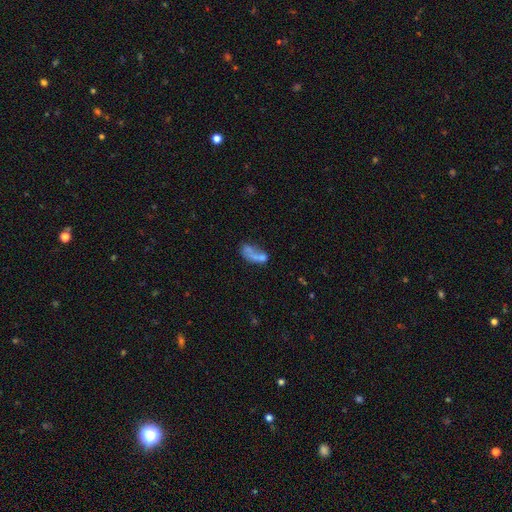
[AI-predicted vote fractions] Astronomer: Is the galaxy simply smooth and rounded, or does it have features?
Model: smooth — 55% (runner-up: featured or disk, 32%).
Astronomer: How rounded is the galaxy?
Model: in between — 82%.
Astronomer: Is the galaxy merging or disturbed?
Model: merger — 46% (runner-up: none, 23%).